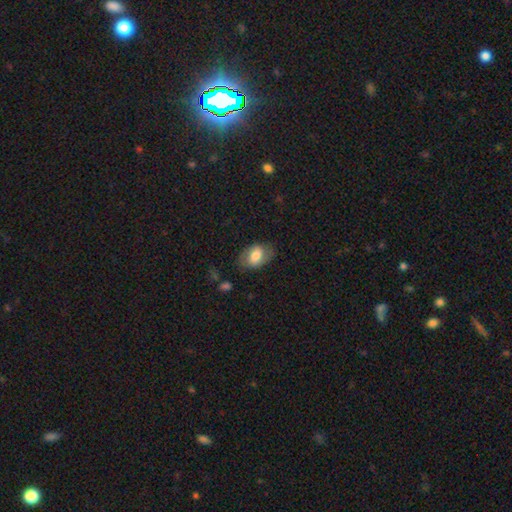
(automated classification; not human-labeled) The model was most divided on "smooth or featured": smooth: 67%, featured or disk: 26%, star or artifact: 7%. More confident: how rounded — in between (87%); merging — none (73%).